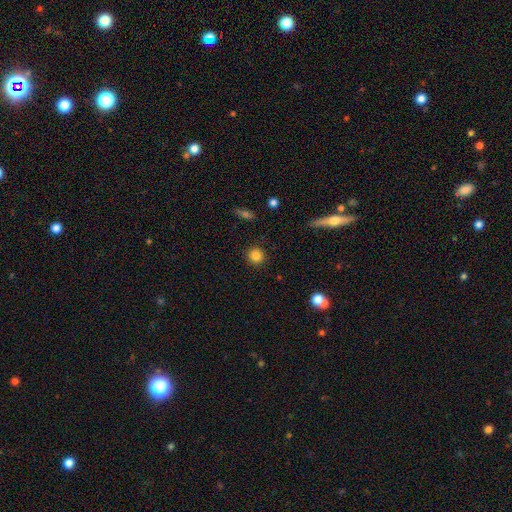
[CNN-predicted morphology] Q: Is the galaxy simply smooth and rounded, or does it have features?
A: smooth — 84%.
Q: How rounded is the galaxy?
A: round — 93%.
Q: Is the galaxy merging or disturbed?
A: none — 91%.